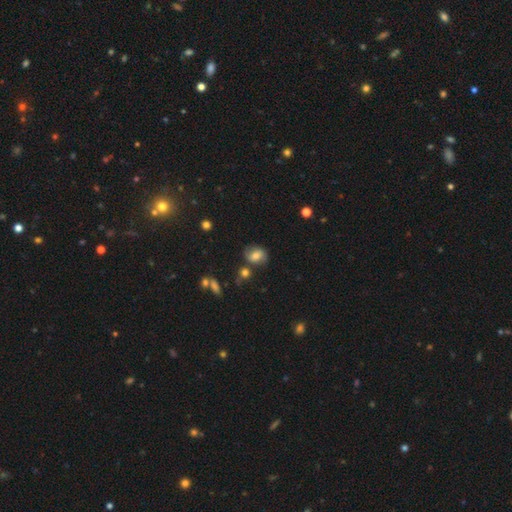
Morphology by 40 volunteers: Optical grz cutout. It shows a smooth galaxy with no disk features (62%) that is round (52%). Merging: none (81%).